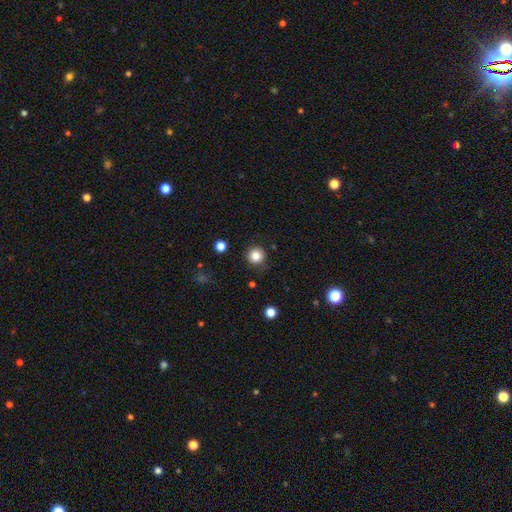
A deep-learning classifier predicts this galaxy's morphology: smooth-or-featured: smooth: 83% | star or artifact: 11% | featured or disk: 5%
  how-rounded: round: 94% | in between: 5% | cigar-shaped: 1%
  merging: none: 87% | minor disturbance: 9% | major disturbance: 3% | merger: 1%